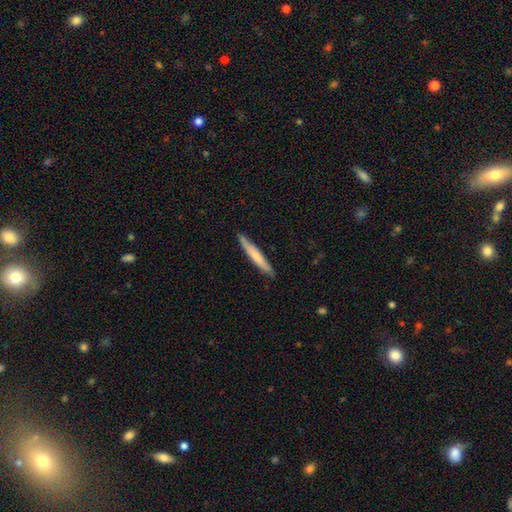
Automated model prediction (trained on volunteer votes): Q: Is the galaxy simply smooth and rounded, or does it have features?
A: smooth — 67%.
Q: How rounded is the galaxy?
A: cigar-shaped — 95%.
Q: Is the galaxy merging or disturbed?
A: none — 88%.